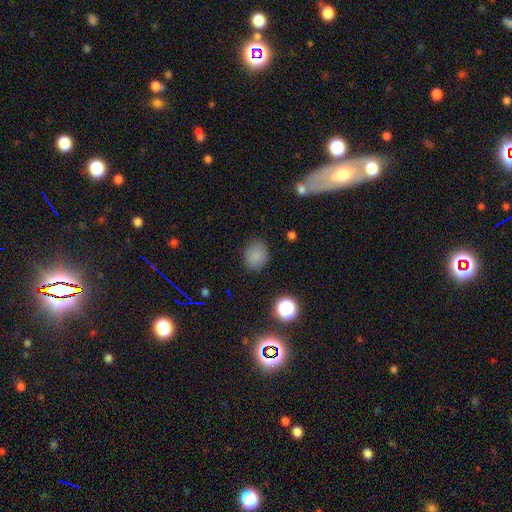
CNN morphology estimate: smooth_or_featured: smooth (p=0.81) [alt: star or artifact p=0.12]
how_rounded: round (p=0.67) [alt: in between p=0.32]
merging: none (p=0.85) [alt: minor disturbance p=0.11]